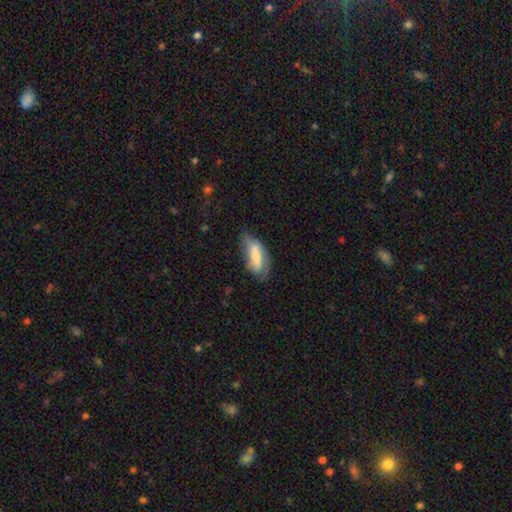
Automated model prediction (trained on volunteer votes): The model was most divided on "merging": none: 48%, minor disturbance: 32%, major disturbance: 17%, merger: 3%. More confident: how rounded — in between (70%); smooth or featured — smooth (55%).